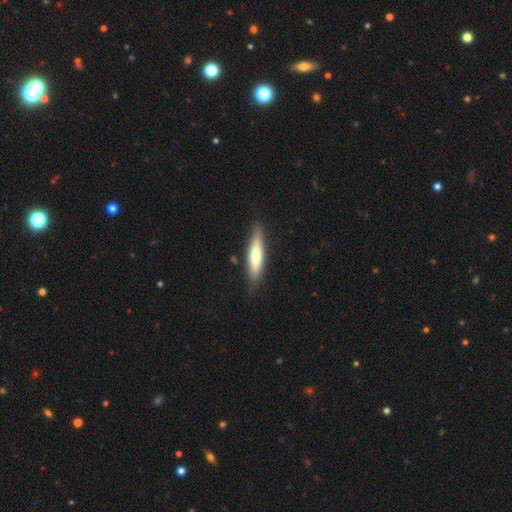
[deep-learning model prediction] Smooth or featured?
  - smooth: 60% *
  - featured or disk: 34%
  - star or artifact: 5%
How rounded?
  - cigar-shaped: 76% *
  - in between: 22%
  - round: 1%
Merging?
  - none: 84% *
  - minor disturbance: 12%
  - major disturbance: 2%
  - merger: 2%